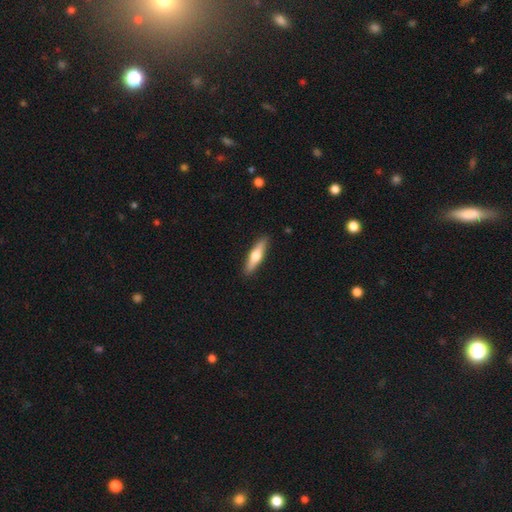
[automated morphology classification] This is possibly a featured or disk galaxy (48%). Merging: clearly none (90%).